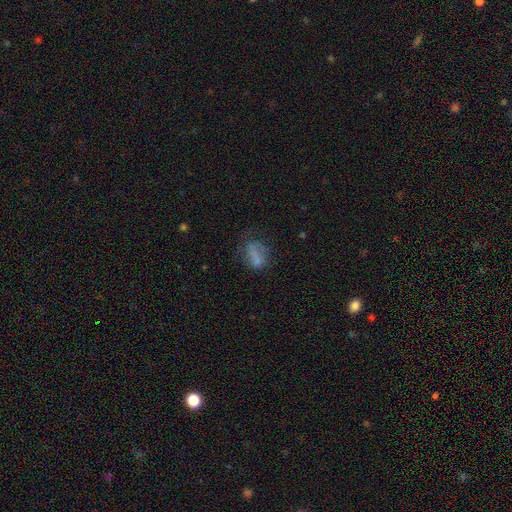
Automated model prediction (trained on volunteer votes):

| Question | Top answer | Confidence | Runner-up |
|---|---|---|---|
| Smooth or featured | smooth | 66% | featured or disk (20%) |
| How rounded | in between | 71% | round (22%) |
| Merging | none | 44% | minor disturbance (25%) |